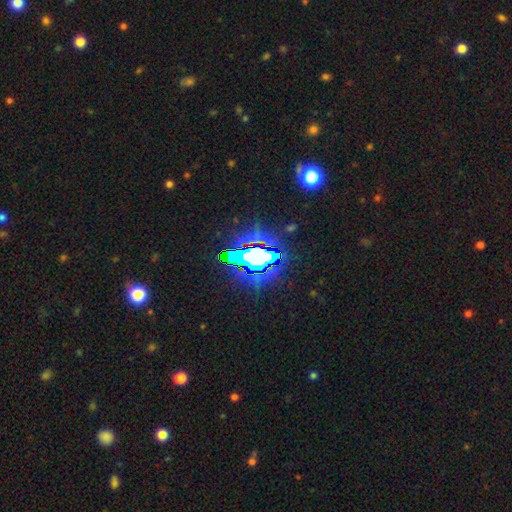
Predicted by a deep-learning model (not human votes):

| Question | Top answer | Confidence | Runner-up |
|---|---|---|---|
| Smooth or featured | star or artifact | 68% | featured or disk (16%) |